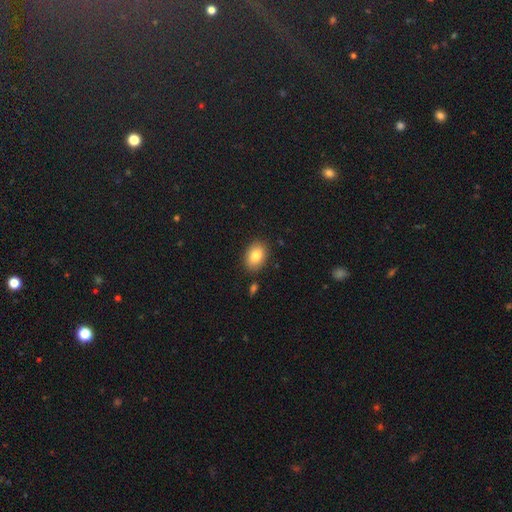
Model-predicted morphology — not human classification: type=smooth (84%); roundness=in between (82%); merging=none (86%).